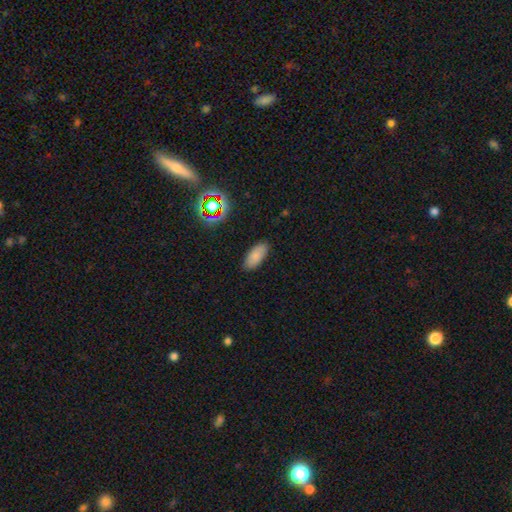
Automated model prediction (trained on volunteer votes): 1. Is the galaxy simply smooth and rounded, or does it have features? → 82% smooth, 10% star or artifact, 8% featured or disk.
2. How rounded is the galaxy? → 90% in between, 8% cigar-shaped, 2% round.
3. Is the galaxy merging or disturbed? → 86% none, 10% minor disturbance, 2% major disturbance, 1% merger.